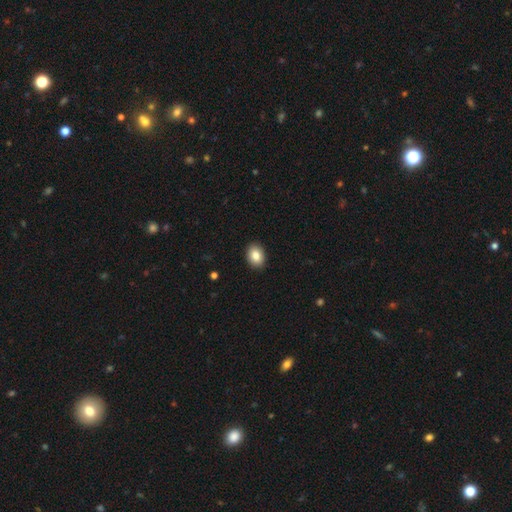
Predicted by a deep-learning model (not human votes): Morphology: type=smooth (85%); roundness=in between (69%); merging=none (91%).